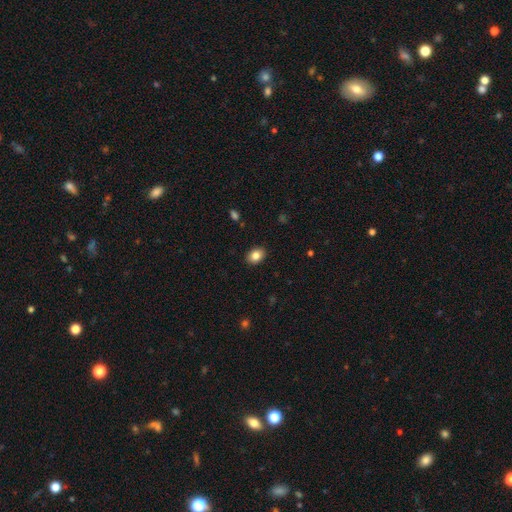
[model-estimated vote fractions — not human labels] Smooth or featured? Predicted: smooth (p=0.85). How rounded? Predicted: in between (p=0.74). Merging? Predicted: none (p=0.89).